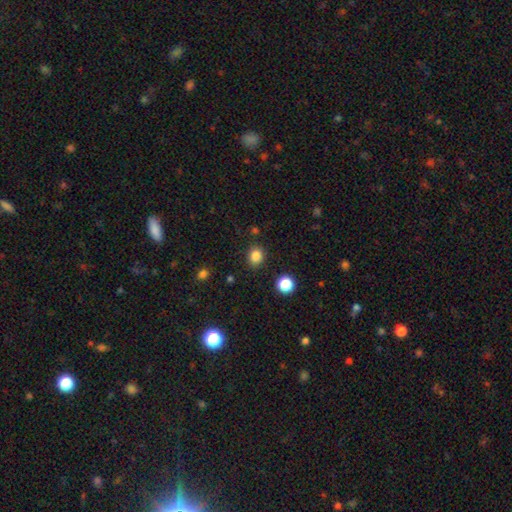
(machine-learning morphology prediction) This is clearly a smooth galaxy (83%). How rounded: likely round (62%). Merging: clearly none (86%).